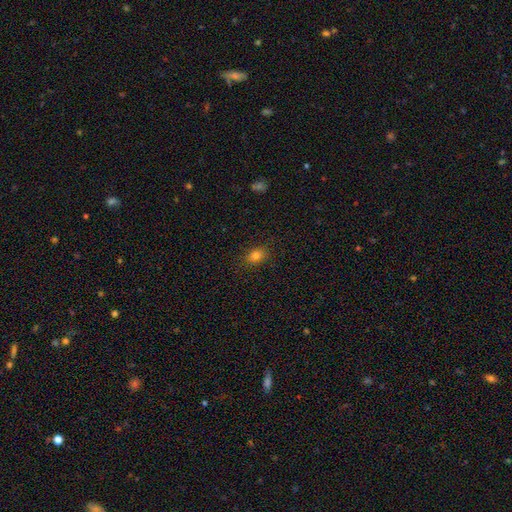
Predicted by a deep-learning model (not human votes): Smooth or featured: smooth — 80% (star or artifact — 13%)
How rounded: in between — 70% (round — 29%)
Merging: none — 85% (minor disturbance — 11%)